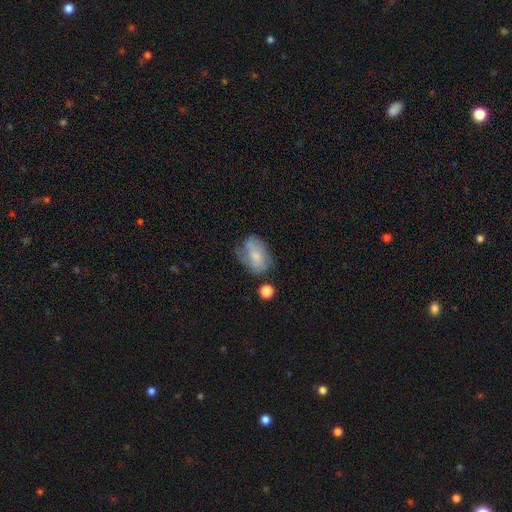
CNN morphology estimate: Q: Smooth or featured?
A: smooth (57%); runner-up: featured or disk (35%)
Q: How rounded?
A: in between (80%); runner-up: round (18%)
Q: Merging?
A: none (47%); runner-up: minor disturbance (31%)